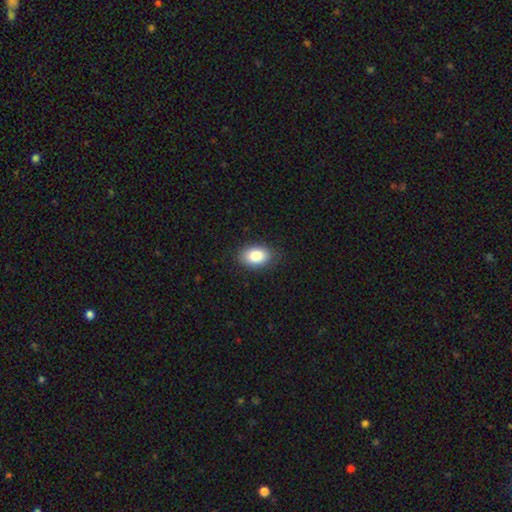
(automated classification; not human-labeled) smooth-or-featured: smooth: 87% | star or artifact: 7% | featured or disk: 5%
  how-rounded: in between: 86% | round: 12% | cigar-shaped: 1%
  merging: none: 86% | minor disturbance: 11% | major disturbance: 3% | merger: 1%